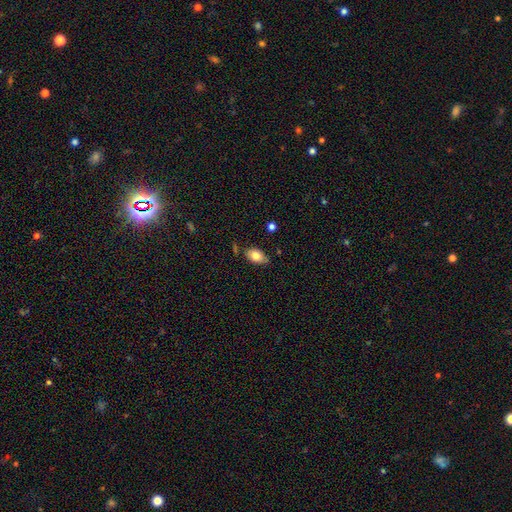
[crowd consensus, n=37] Volunteers were most divided on "merging": none: 65%, minor disturbance: 30%, major disturbance: 3%, merger: 3%. More confident: smooth or featured — smooth (92%); how rounded — in between (91%).